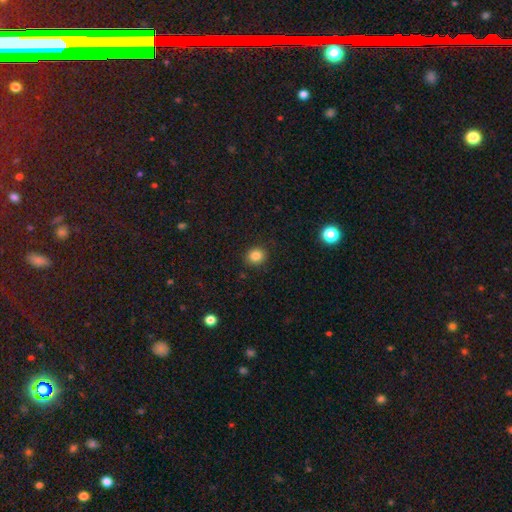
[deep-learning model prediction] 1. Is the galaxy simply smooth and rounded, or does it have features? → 85% smooth, 11% star or artifact, 5% featured or disk.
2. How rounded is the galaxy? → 72% round, 27% in between, 1% cigar-shaped.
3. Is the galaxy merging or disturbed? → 88% none, 8% minor disturbance, 2% major disturbance, 1% merger.